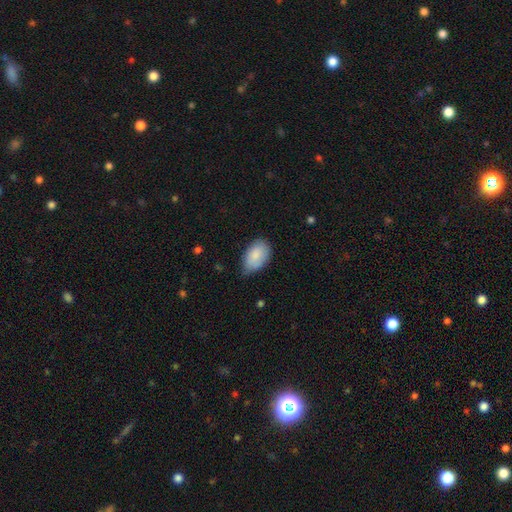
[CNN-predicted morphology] This appears to be a smooth galaxy with no disk features (85%) that is in between round and cigar-shaped (91%). Merging: none (53%).